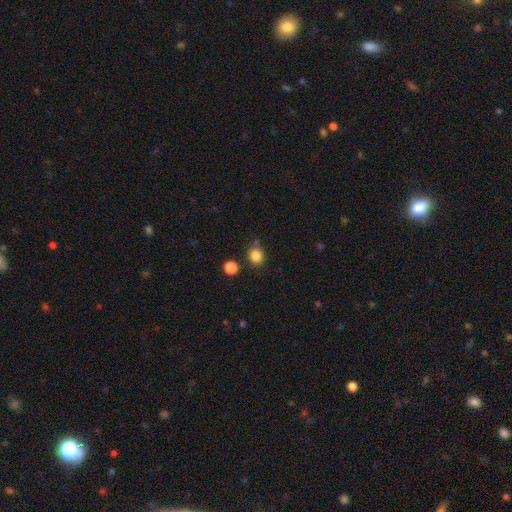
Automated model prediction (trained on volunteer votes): This is clearly a smooth galaxy (84%). How rounded: likely round (78%). Merging: likely none (75%).